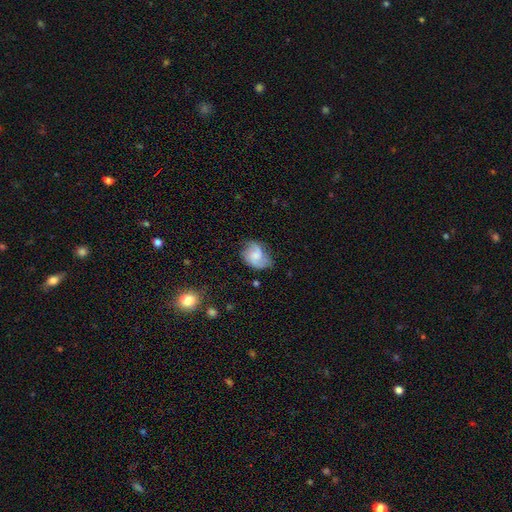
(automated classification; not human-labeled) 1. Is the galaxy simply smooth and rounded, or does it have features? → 53% featured or disk, 38% smooth, 8% star or artifact.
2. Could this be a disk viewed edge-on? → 97% no, 3% yes.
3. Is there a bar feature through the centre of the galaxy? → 57% no, 36% weak, 6% strong.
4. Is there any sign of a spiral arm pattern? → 87% yes, 13% no.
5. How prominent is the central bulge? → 34% small, 31% moderate, 25% none, 8% large, 2% dominant.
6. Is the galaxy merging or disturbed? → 54% none, 30% minor disturbance, 13% major disturbance, 2% merger.